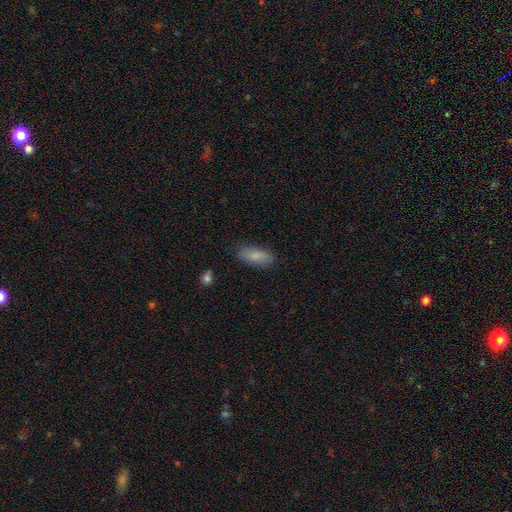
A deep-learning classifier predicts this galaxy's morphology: This is clearly a smooth galaxy (83%). How rounded: likely in between (78%). Merging: clearly none (83%).